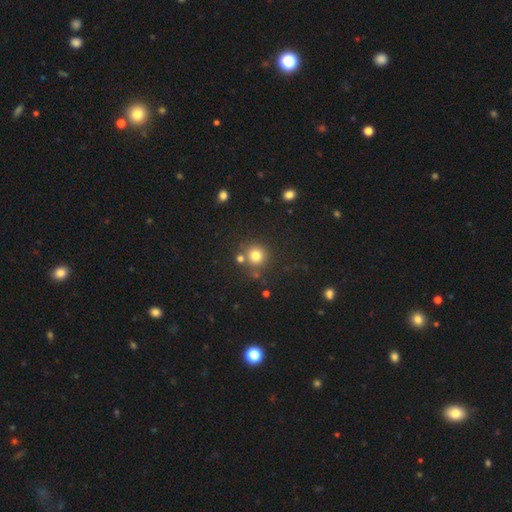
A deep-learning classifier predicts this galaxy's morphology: A smooth galaxy with no disk features (79%) that is round (92%).

Vote fractions:
- Smooth or featured? smooth: 79% / star or artifact: 14% / featured or disk: 7%
- How rounded? round: 92% / in between: 7% / cigar-shaped: 1%
- Merging? none: 75% / merger: 13% / minor disturbance: 9% / major disturbance: 4%